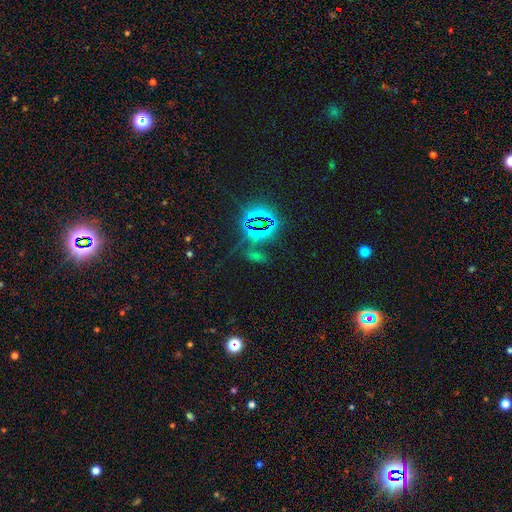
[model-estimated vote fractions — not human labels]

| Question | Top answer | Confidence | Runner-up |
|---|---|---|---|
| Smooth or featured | star or artifact | 61% | smooth (28%) |